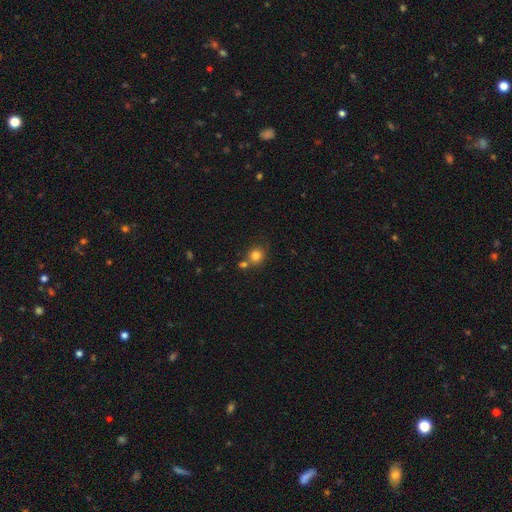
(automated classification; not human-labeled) A smooth galaxy with no disk features (81%) that is round (86%). Merging: none (66%).